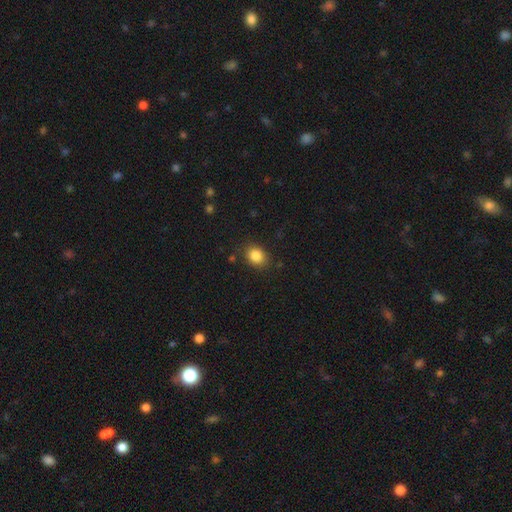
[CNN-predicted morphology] The model was most divided on "how rounded": in between: 51%, round: 48%, cigar-shaped: 1%. More confident: smooth or featured — smooth (85%); merging — none (84%).